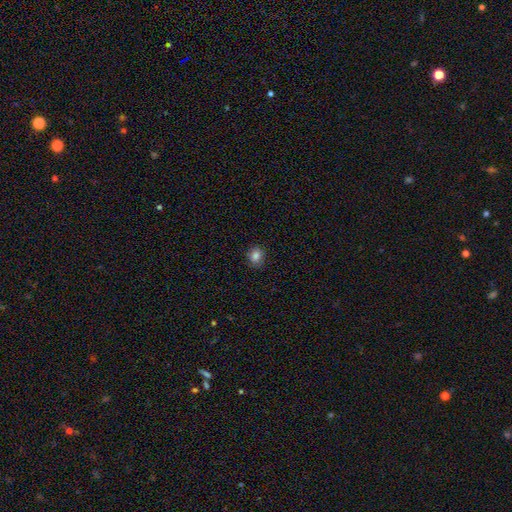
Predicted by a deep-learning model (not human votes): The model was most divided on "how rounded": round: 67%, in between: 32%, cigar-shaped: 1%. More confident: merging — none (88%); smooth or featured — smooth (83%).